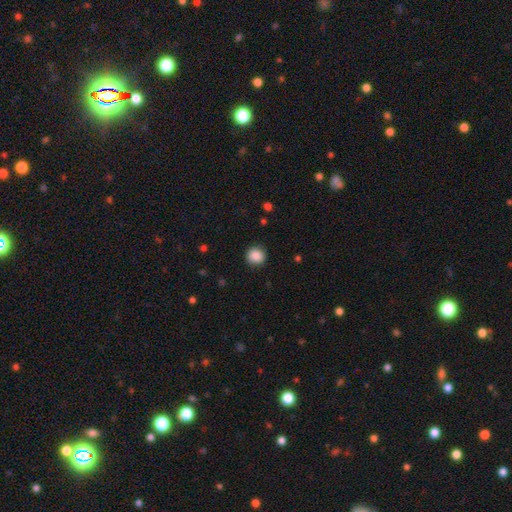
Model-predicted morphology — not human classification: This is clearly a smooth galaxy (88%). How rounded: clearly round (91%). Merging: clearly none (89%).